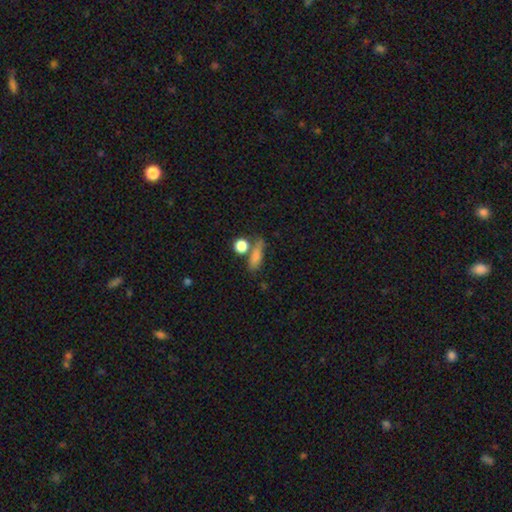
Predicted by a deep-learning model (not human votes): smooth 76%, featured or disk 12%, star or artifact 11%. Down the decision tree: how rounded — in between (41%); merging — none (55%).